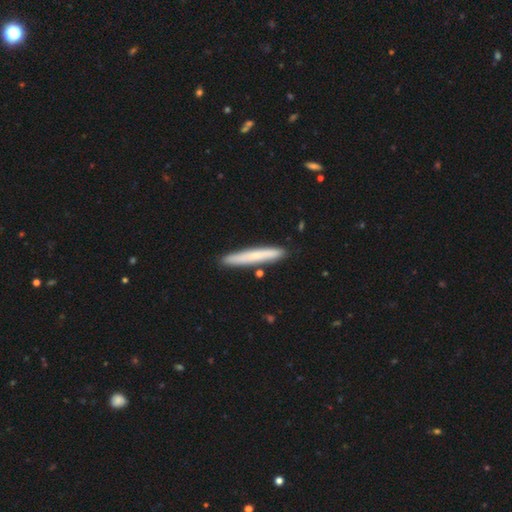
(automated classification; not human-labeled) The model was most divided on "smooth or featured": smooth: 63%, featured or disk: 31%, star or artifact: 6%. More confident: how rounded — cigar-shaped (96%); merging — none (87%).